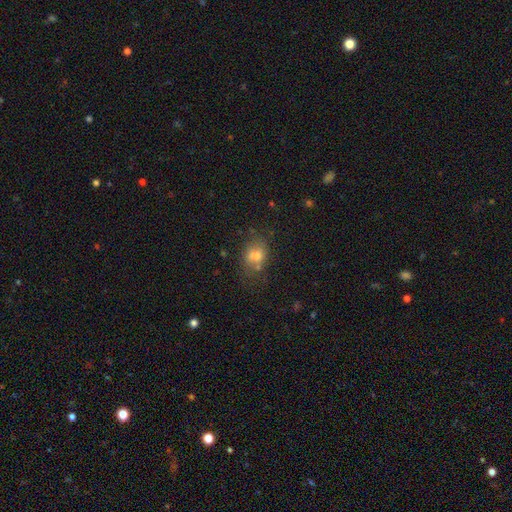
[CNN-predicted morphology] Smooth or featured: smooth — 69% (featured or disk — 18%)
How rounded: in between — 53% (round — 45%)
Merging: none — 55% (minor disturbance — 19%)